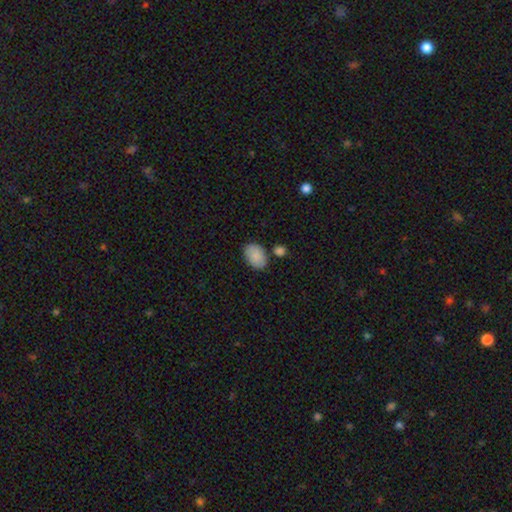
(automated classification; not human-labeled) Overall: smooth (88%). How rounded: in between (87%). Merging: none (74%).